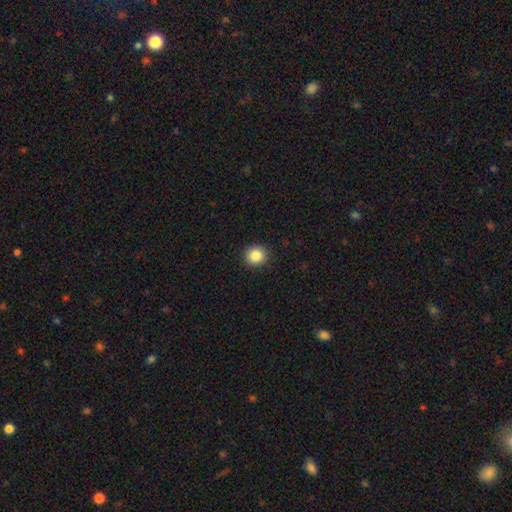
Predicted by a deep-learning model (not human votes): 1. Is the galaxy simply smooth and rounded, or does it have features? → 86% smooth, 10% star or artifact, 4% featured or disk.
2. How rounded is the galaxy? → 91% round, 8% in between, 1% cigar-shaped.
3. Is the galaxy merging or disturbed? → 92% none, 5% minor disturbance, 2% major disturbance, 1% merger.